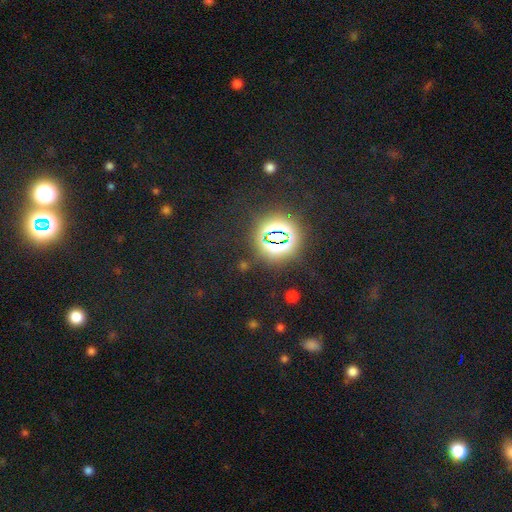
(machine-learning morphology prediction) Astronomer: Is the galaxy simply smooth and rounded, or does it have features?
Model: star or artifact — 64%.